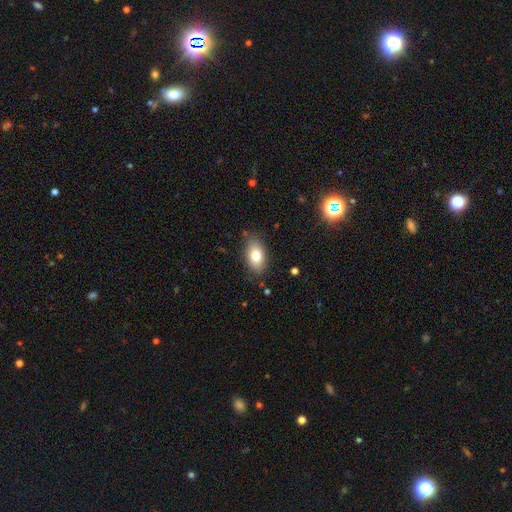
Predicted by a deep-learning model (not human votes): smooth_or_featured: smooth (p=0.78) [alt: featured or disk p=0.14]
how_rounded: in between (p=0.91) [alt: round p=0.06]
merging: none (p=0.81) [alt: minor disturbance p=0.14]